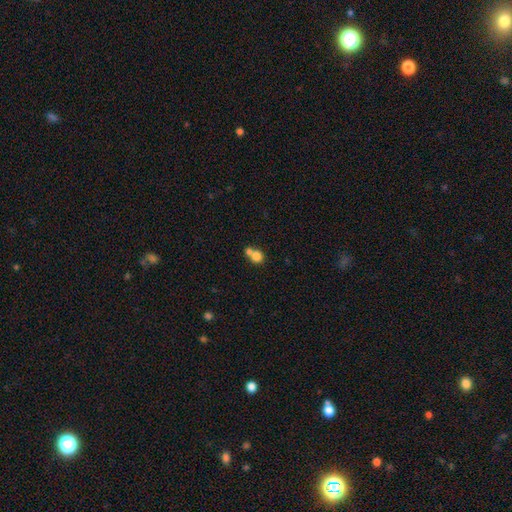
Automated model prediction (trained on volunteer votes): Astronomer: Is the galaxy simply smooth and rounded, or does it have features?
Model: smooth — 79%.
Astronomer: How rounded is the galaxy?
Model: round — 73%.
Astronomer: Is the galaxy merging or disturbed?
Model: merger — 57% (runner-up: none, 34%).